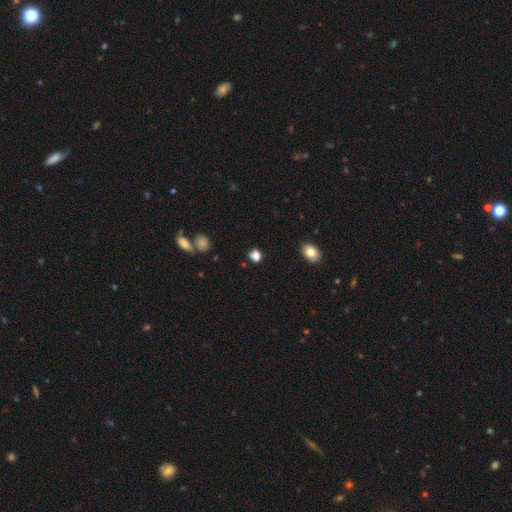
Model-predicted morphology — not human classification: Smooth or featured: smooth — 81% (star or artifact — 14%)
How rounded: round — 61% (in between — 37%)
Merging: none — 81% (minor disturbance — 12%)